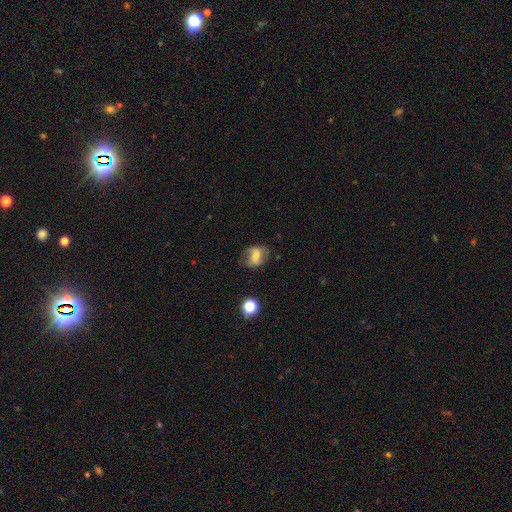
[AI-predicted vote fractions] Overall: featured or disk (50%; smooth 40%). Merging: none (65%).